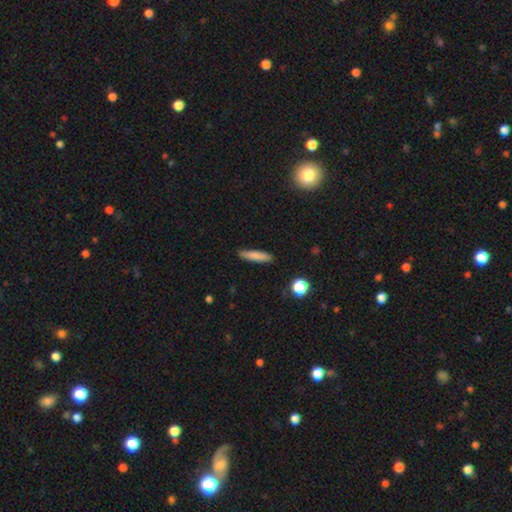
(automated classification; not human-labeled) The model was most divided on "how rounded": cigar-shaped: 82%, in between: 16%, round: 2%. More confident: merging — none (88%); smooth or featured — smooth (82%).